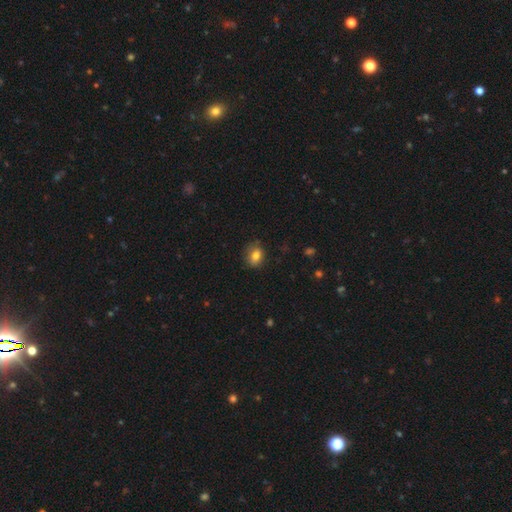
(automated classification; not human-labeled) This is likely a smooth galaxy (79%). How rounded: possibly in between (57%). Merging: likely none (75%).